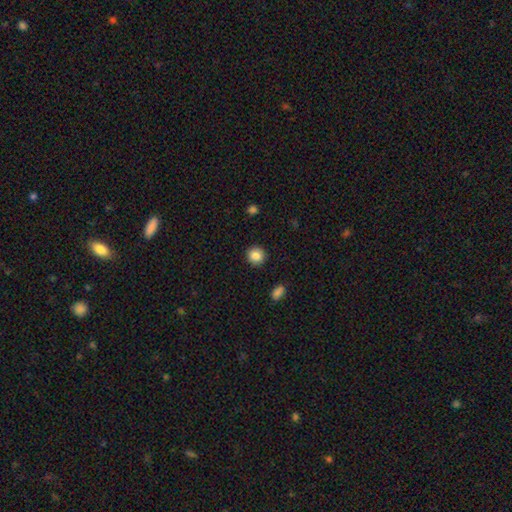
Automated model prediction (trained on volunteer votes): A smooth galaxy with no disk features (86%) that is round (92%).

Vote fractions:
- Smooth or featured? smooth: 86% / star or artifact: 9% / featured or disk: 5%
- How rounded? round: 92% / in between: 7% / cigar-shaped: 1%
- Merging? none: 92% / minor disturbance: 5% / major disturbance: 2% / merger: 1%